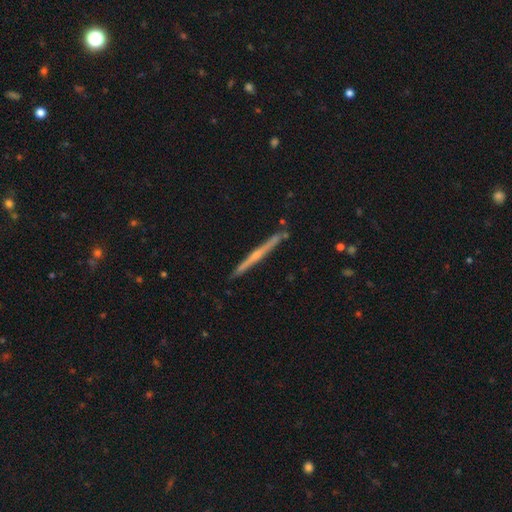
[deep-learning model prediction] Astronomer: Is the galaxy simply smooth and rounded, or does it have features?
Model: featured or disk — 71%.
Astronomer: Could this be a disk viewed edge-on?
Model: yes — 98%.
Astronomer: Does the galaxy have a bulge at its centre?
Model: rounded — 59% (runner-up: none, 36%).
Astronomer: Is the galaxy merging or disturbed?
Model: none — 88%.